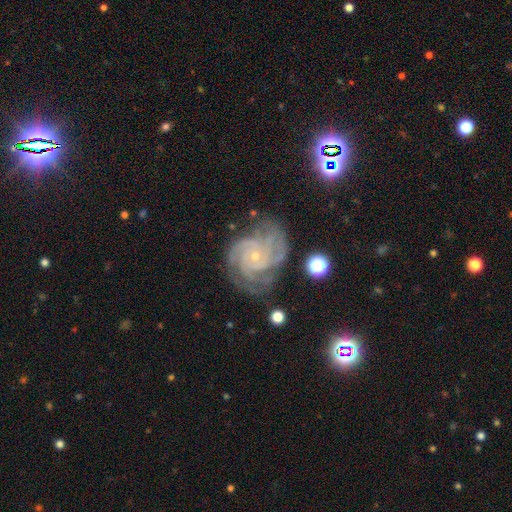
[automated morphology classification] Smooth or featured: featured or disk — 90% (star or artifact — 6%)
Edge-on disk: no — 98% (yes — 2%)
Bar: no — 74% (weak — 20%)
Spiral arms: yes — 98% (no — 2%)
Spiral winding: tight — 68% (medium — 28%)
Spiral arm count: 3 — 32% (4 — 26%)
Bulge size: small — 83% (moderate — 13%)
Merging: none — 66% (minor disturbance — 22%)